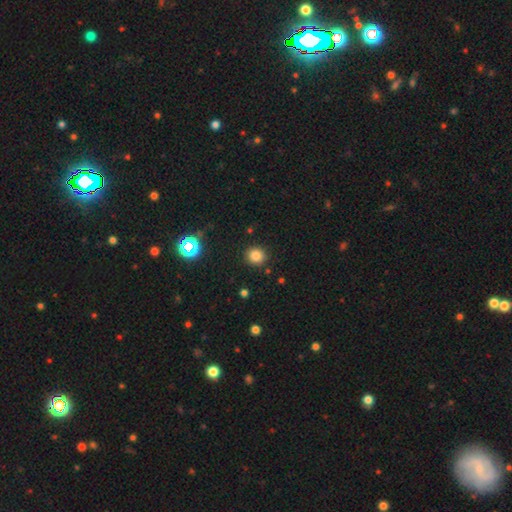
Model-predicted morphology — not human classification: A smooth galaxy with no disk features (80%) that is round (87%).

Vote fractions:
- Smooth or featured? smooth: 80% / star or artifact: 15% / featured or disk: 5%
- How rounded? round: 87% / in between: 12% / cigar-shaped: 1%
- Merging? none: 89% / minor disturbance: 7% / major disturbance: 2% / merger: 2%